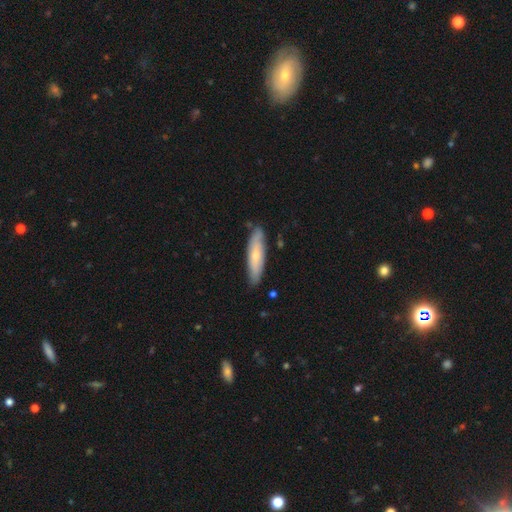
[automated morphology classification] Smooth or featured? Predicted: smooth (p=0.57). How rounded? Predicted: cigar-shaped (p=0.69). Merging? Predicted: none (p=0.82).